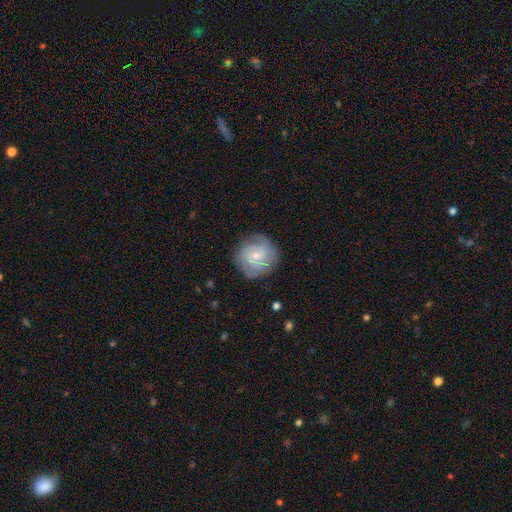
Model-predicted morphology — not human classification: type=featured or disk (63%); edge-on=no (98%); bar=no (52%); spiral arms=yes (88%); winding=tight (56%); arm count=can't tell (37%); bulge=small (68%); merging=none (79%).